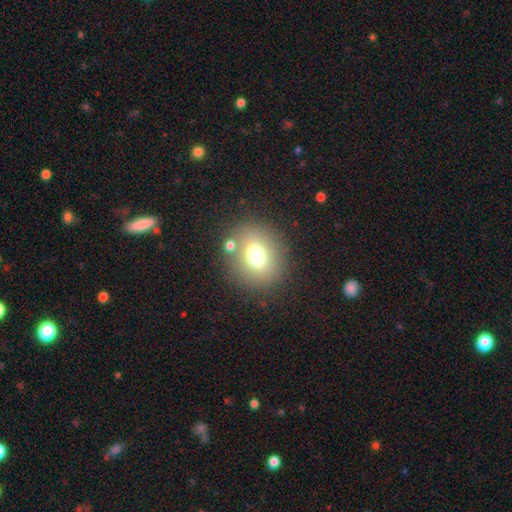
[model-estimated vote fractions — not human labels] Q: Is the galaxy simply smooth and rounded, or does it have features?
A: smooth — 71%.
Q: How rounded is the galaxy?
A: round — 61%.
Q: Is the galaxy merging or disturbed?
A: none — 77%.